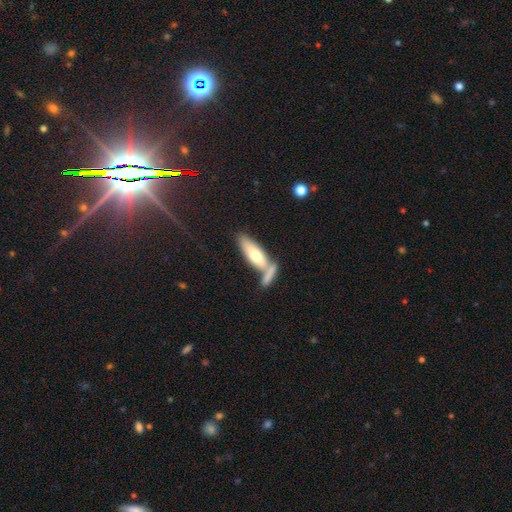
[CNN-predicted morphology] smooth 67%, featured or disk 27%, star or artifact 6%. Down the decision tree: how rounded — in between (58%); merging — none (44%).